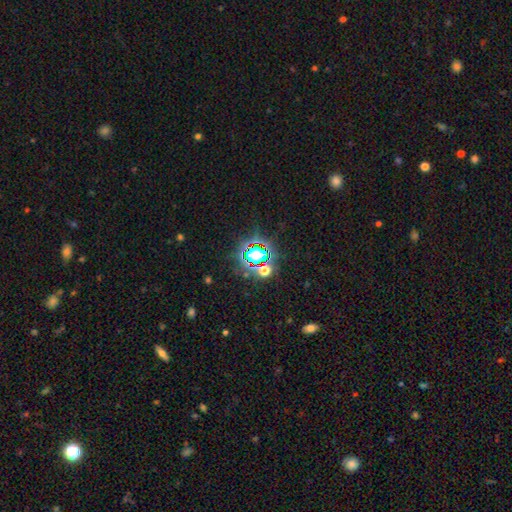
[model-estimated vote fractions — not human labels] This appears to be a star or artifact, not a galaxy (77%).